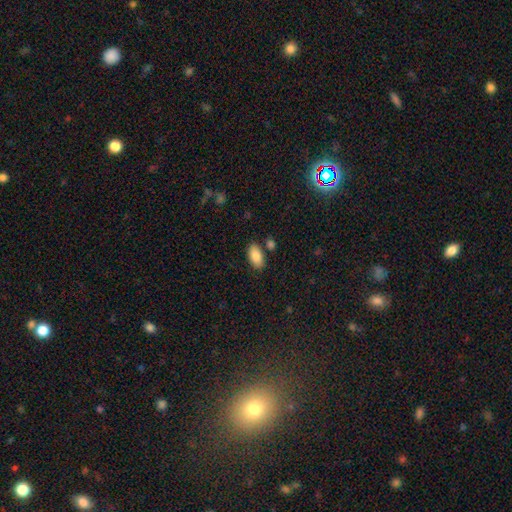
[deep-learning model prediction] A smooth galaxy with no disk features (86%) that is in between round and cigar-shaped (93%).

Vote fractions:
- Smooth or featured? smooth: 86% / featured or disk: 8% / star or artifact: 7%
- How rounded? in between: 93% / cigar-shaped: 4% / round: 3%
- Merging? none: 81% / minor disturbance: 10% / merger: 6% / major disturbance: 2%